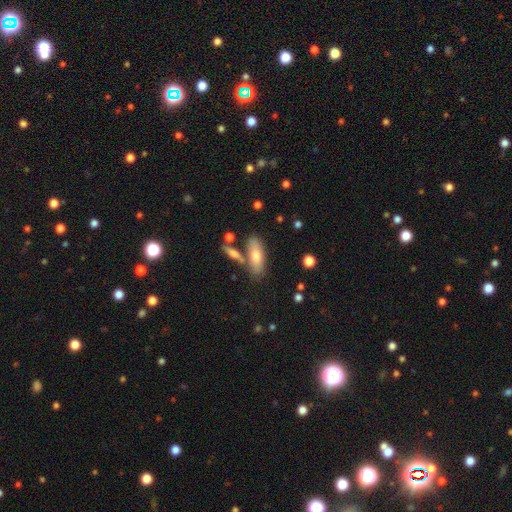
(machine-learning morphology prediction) type=smooth (72%); roundness=in between (71%); merging=none (67%).